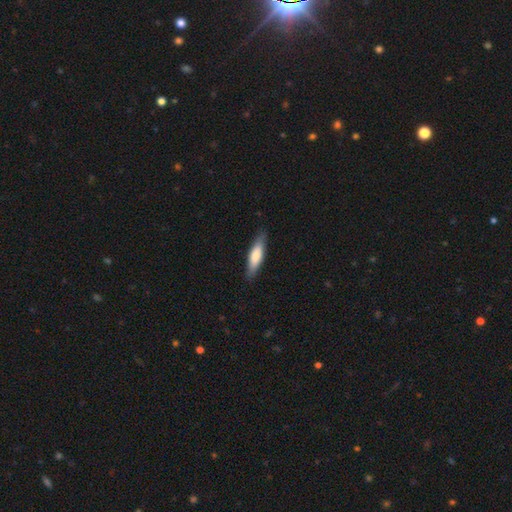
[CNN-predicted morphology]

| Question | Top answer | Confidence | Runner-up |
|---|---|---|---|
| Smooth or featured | smooth | 71% | featured or disk (24%) |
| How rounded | cigar-shaped | 65% | in between (33%) |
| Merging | none | 85% | minor disturbance (12%) |